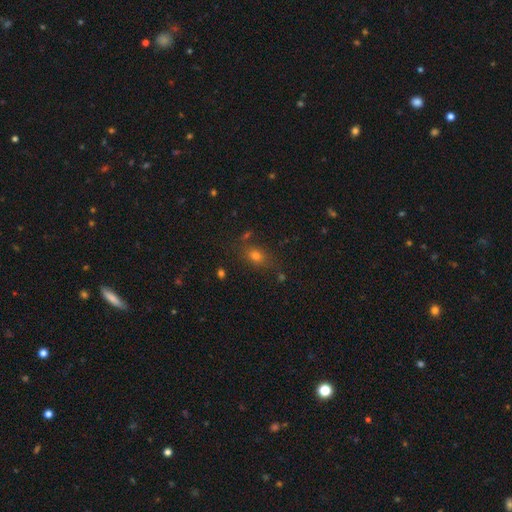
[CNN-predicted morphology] smooth_or_featured: smooth (p=0.67) [alt: star or artifact p=0.23]
how_rounded: in between (p=0.53) [alt: round p=0.45]
merging: none (p=0.76) [alt: minor disturbance p=0.13]